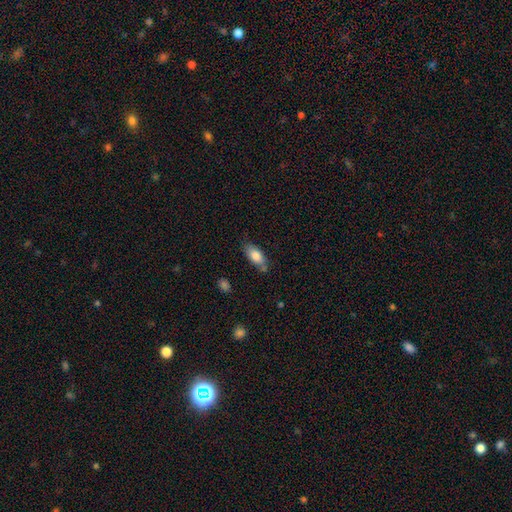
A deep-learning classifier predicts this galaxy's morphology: Q: Smooth or featured?
A: smooth (82%); runner-up: featured or disk (12%)
Q: How rounded?
A: in between (85%); runner-up: cigar-shaped (12%)
Q: Merging?
A: none (68%); runner-up: minor disturbance (21%)